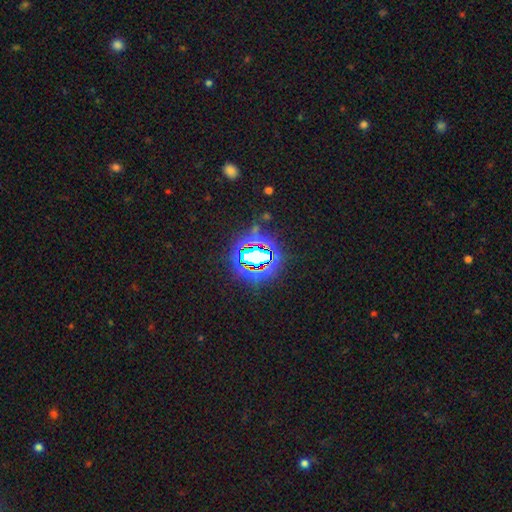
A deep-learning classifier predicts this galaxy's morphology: This is likely a star or artifact rather than a galaxy (71%).